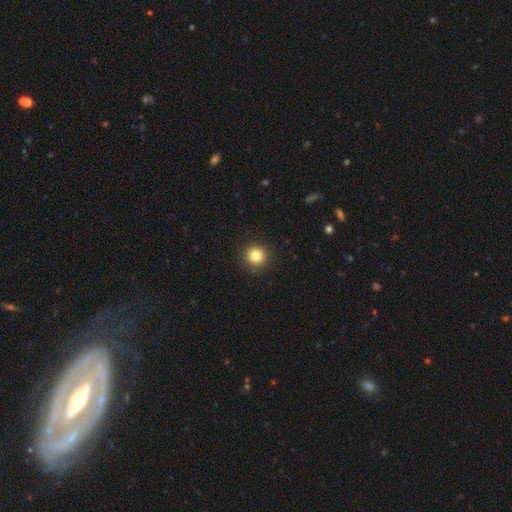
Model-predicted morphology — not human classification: Q: Smooth or featured?
A: smooth (82%); runner-up: star or artifact (11%)
Q: How rounded?
A: round (95%); runner-up: in between (4%)
Q: Merging?
A: none (92%); runner-up: minor disturbance (5%)